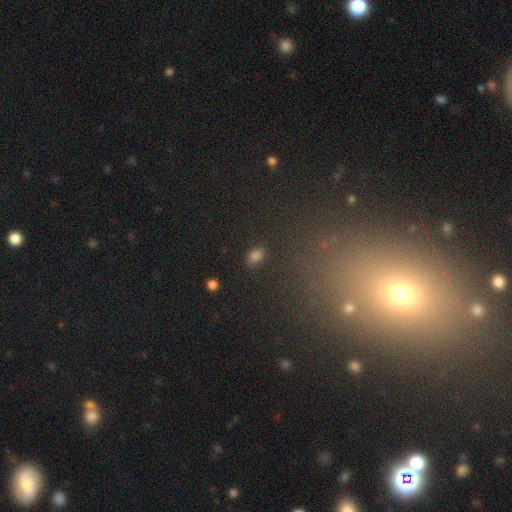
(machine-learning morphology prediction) smooth-or-featured: smooth: 79% | star or artifact: 16% | featured or disk: 5%
  how-rounded: in between: 81% | round: 17% | cigar-shaped: 2%
  merging: none: 86% | minor disturbance: 10% | major disturbance: 3% | merger: 2%